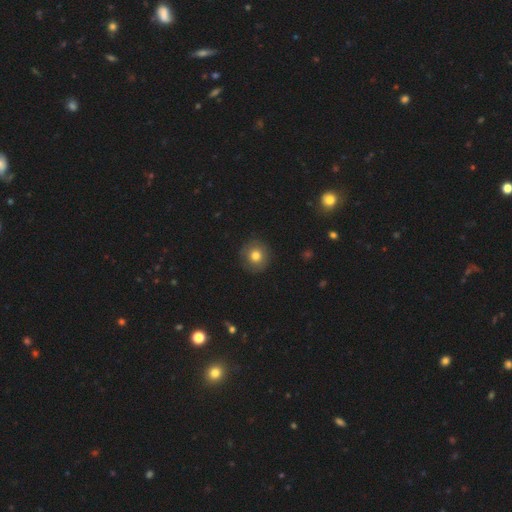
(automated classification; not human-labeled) A smooth galaxy with no disk features (78%) that is round (92%). Merging: none (90%).